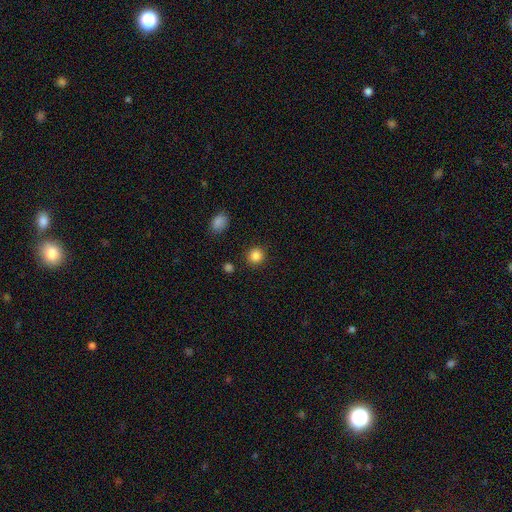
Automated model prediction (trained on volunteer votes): Smooth or featured: smooth — 86% (star or artifact — 10%)
How rounded: round — 90% (in between — 9%)
Merging: none — 90% (minor disturbance — 6%)